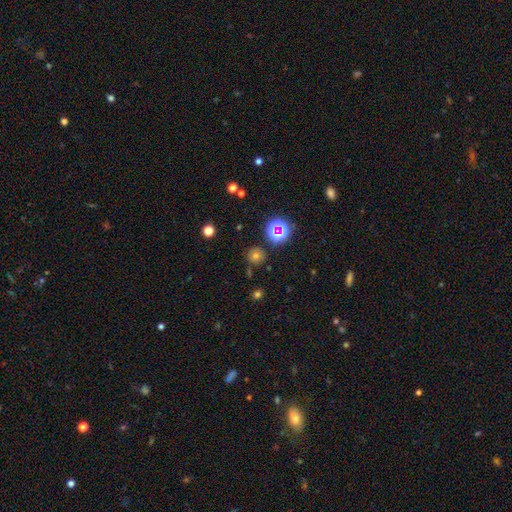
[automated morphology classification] The model was most divided on "smooth or featured": smooth: 57%, star or artifact: 34%, featured or disk: 10%. More confident: how rounded — round (92%); merging — none (83%).